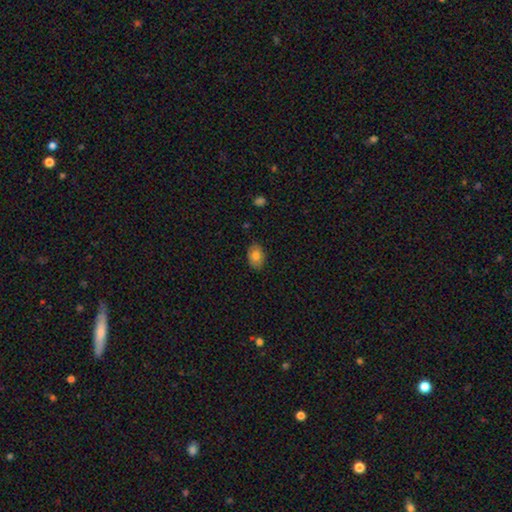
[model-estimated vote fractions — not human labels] This appears to be a smooth galaxy with no disk features (78%) that is in between round and cigar-shaped (81%). Merging: none (82%).